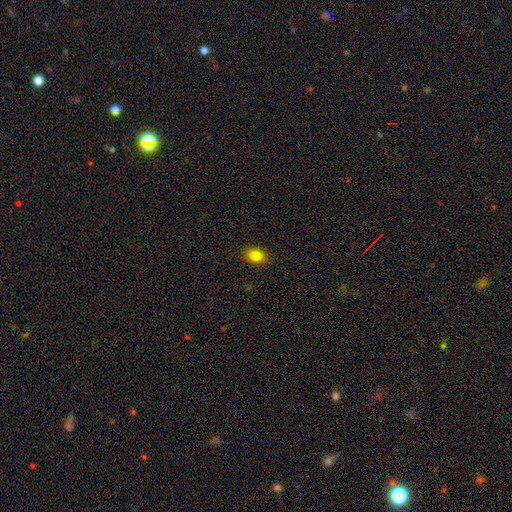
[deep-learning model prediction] A smooth galaxy with no disk features (84%) that is in between round and cigar-shaped (74%).

Vote fractions:
- Smooth or featured? smooth: 84% / star or artifact: 10% / featured or disk: 6%
- How rounded? in between: 74% / round: 24% / cigar-shaped: 1%
- Merging? none: 89% / minor disturbance: 8% / major disturbance: 2% / merger: 1%